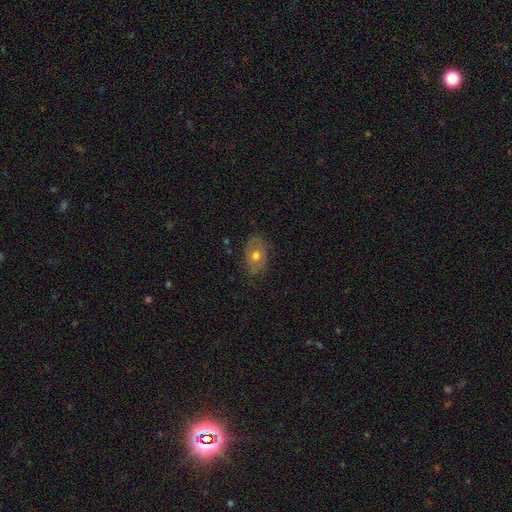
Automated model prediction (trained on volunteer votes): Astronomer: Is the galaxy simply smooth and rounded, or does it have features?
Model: smooth — 48% (runner-up: featured or disk, 43%).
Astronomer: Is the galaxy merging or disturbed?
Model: none — 76%.